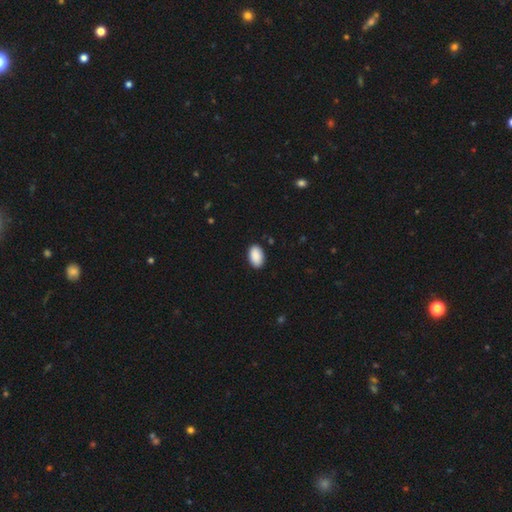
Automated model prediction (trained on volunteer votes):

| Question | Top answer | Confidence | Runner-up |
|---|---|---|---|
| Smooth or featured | smooth | 91% | star or artifact (6%) |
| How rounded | in between | 94% | round (5%) |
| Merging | none | 89% | minor disturbance (9%) |